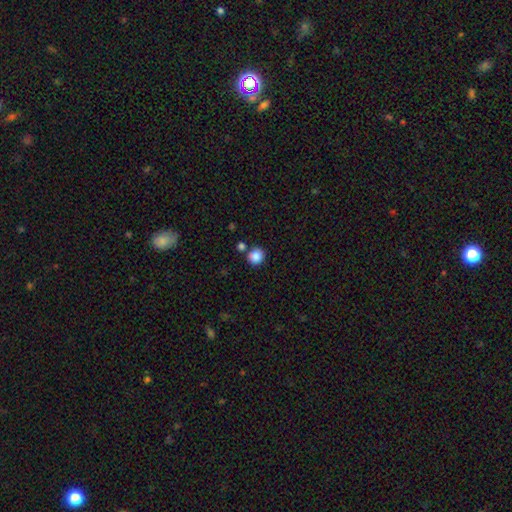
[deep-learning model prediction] Overall: smooth (86%). How rounded: round (89%). Merging: none (77%).